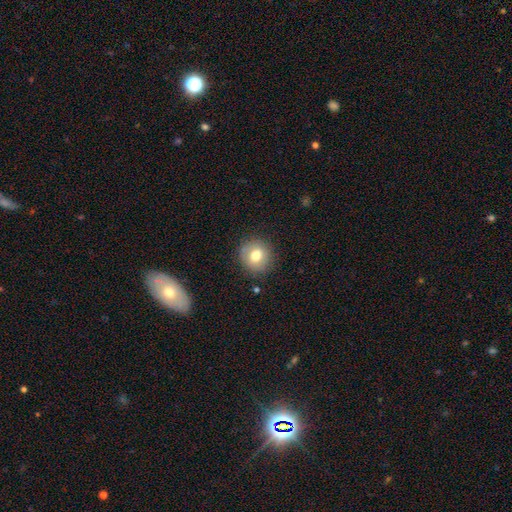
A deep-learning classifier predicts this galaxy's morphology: smooth-or-featured: smooth: 74% | featured or disk: 16% | star or artifact: 9%
  how-rounded: round: 88% | in between: 11% | cigar-shaped: 1%
  merging: none: 83% | minor disturbance: 12% | major disturbance: 3% | merger: 2%